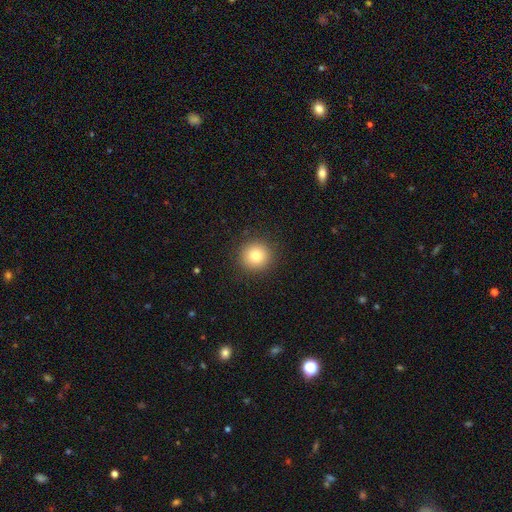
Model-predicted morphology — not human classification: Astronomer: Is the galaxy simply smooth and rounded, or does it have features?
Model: smooth — 80%.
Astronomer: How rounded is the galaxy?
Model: round — 94%.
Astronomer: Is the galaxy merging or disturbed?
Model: none — 92%.